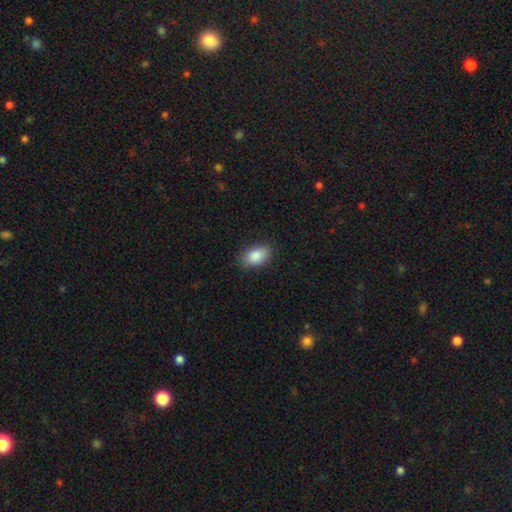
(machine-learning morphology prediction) Smooth or featured?
  - smooth: 87% *
  - star or artifact: 7%
  - featured or disk: 6%
How rounded?
  - in between: 89% *
  - round: 9%
  - cigar-shaped: 2%
Merging?
  - none: 84% *
  - minor disturbance: 12%
  - major disturbance: 3%
  - merger: 1%